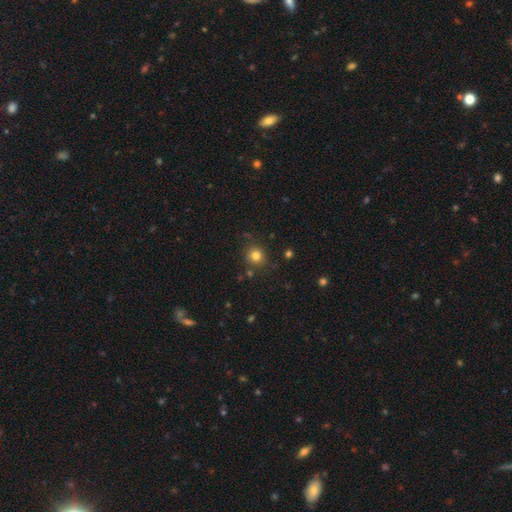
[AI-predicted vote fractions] The model was most divided on "smooth or featured": smooth: 81%, star or artifact: 13%, featured or disk: 6%. More confident: how rounded — round (89%); merging — none (84%).